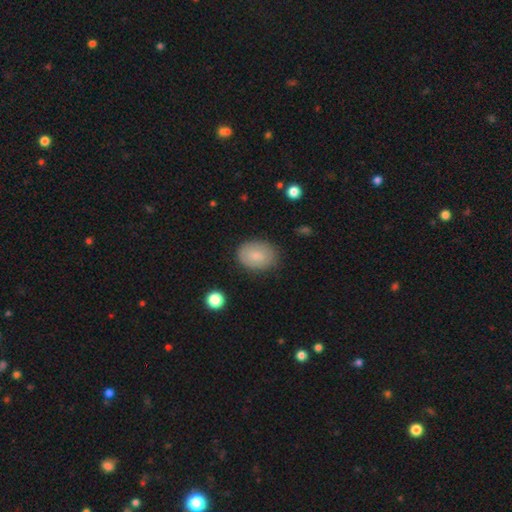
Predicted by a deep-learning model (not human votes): A smooth galaxy with no disk features (78%) that is in between round and cigar-shaped (74%). Merging: none (82%).